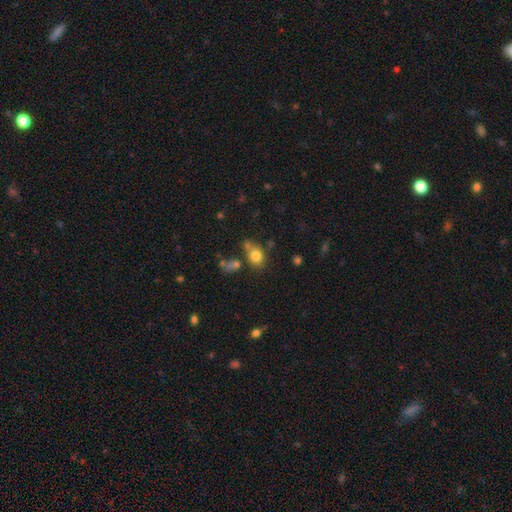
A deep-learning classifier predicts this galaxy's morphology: smooth-or-featured: smooth: 79% | star or artifact: 12% | featured or disk: 10%
  how-rounded: in between: 49% (tied) | round: 49% (tied) | cigar-shaped: 1%
  merging: none: 54% | merger: 19% | minor disturbance: 19% | major disturbance: 8%